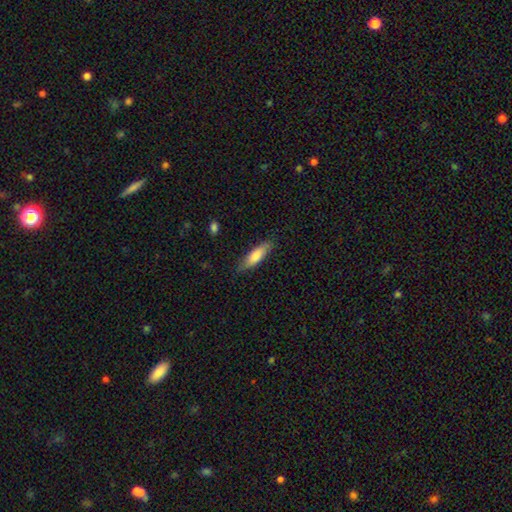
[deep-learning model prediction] The model was most divided on "how rounded": cigar-shaped: 58%, in between: 40%, round: 2%. More confident: merging — none (80%); smooth or featured — smooth (74%).